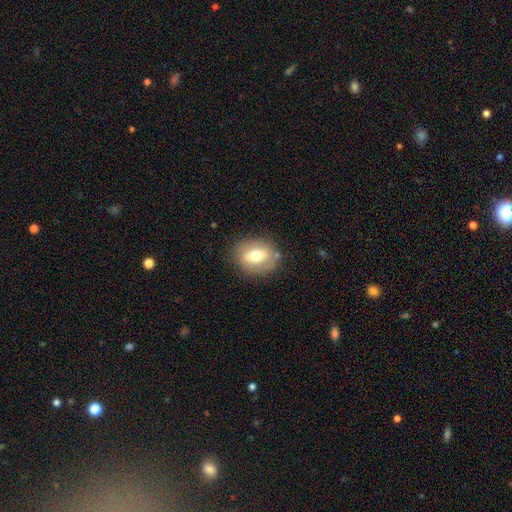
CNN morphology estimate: smooth_or_featured: smooth (p=0.60) [alt: featured or disk p=0.32]
how_rounded: in between (p=0.58) [alt: round p=0.40]
merging: none (p=0.82) [alt: minor disturbance p=0.12]